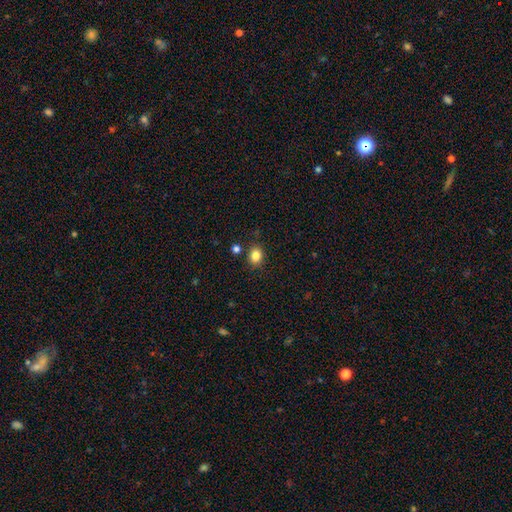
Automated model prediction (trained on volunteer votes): A smooth galaxy with no disk features (84%) that is round (50%). Merging: none (84%).